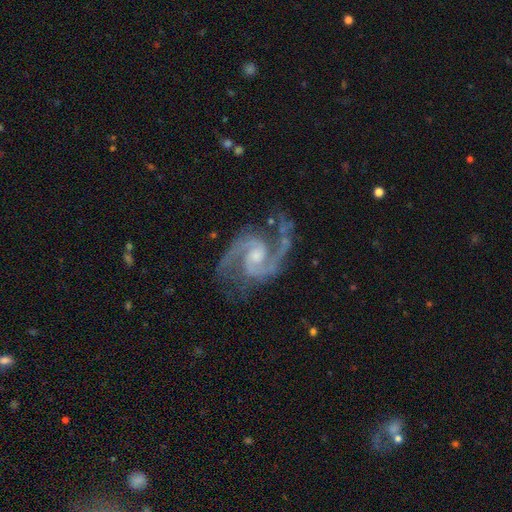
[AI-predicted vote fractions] Overall: featured or disk (94%). Edge-on disk: no (98%). Bar: no (48%; weak 43%). Spiral arms: yes (99%). Spiral arm count: 2 (91%). Spiral winding: medium (65%). Bulge size: small (44%; moderate 43%). Merging: none (71%).